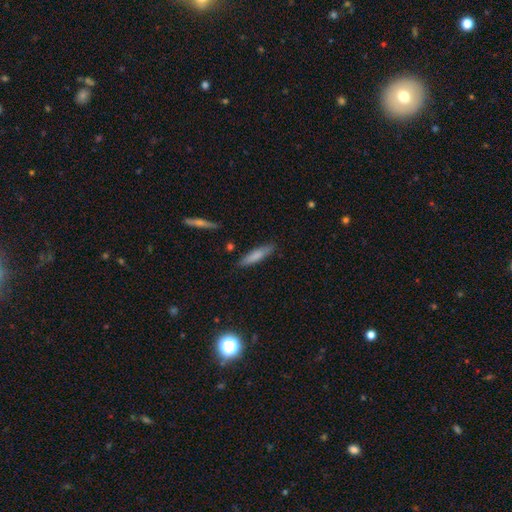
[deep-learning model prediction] A smooth galaxy with no disk features (77%) that is cigar-shaped (77%). Merging: none (84%).